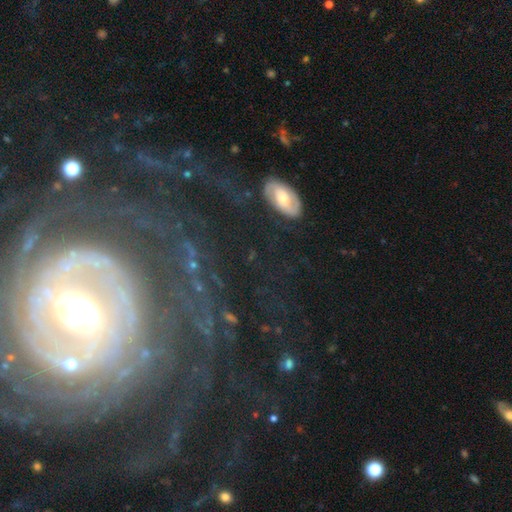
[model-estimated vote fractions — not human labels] Morphology: type=featured or disk (82%); edge-on=no (94%); bar=no (42%); spiral arms=yes (85%); winding=tight (66%); arm count=can't tell (33%); bulge=moderate (57%); merging=none (64%).